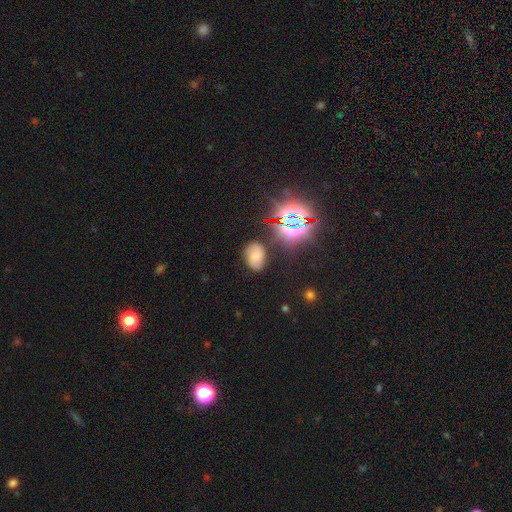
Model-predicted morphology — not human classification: smooth 46%, featured or disk 32%, star or artifact 22%. Down the decision tree: merging — none (72%).